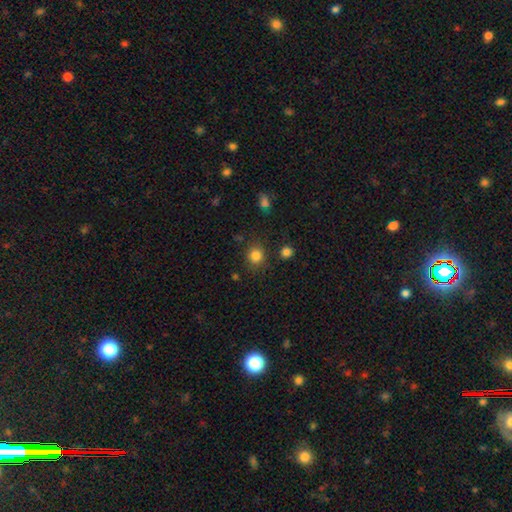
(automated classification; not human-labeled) smooth-or-featured: smooth: 83% | star or artifact: 12% | featured or disk: 5%
  how-rounded: round: 83% | in between: 16% | cigar-shaped: 1%
  merging: none: 83% | minor disturbance: 10% | merger: 4% | major disturbance: 4%